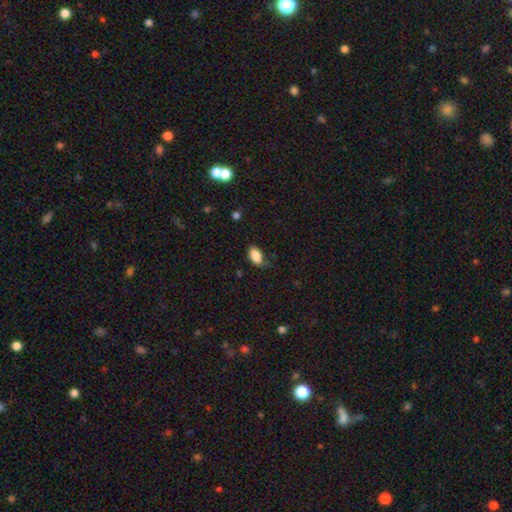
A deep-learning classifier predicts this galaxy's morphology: This is clearly a smooth galaxy (86%). How rounded: clearly in between (92%). Merging: likely none (63%).